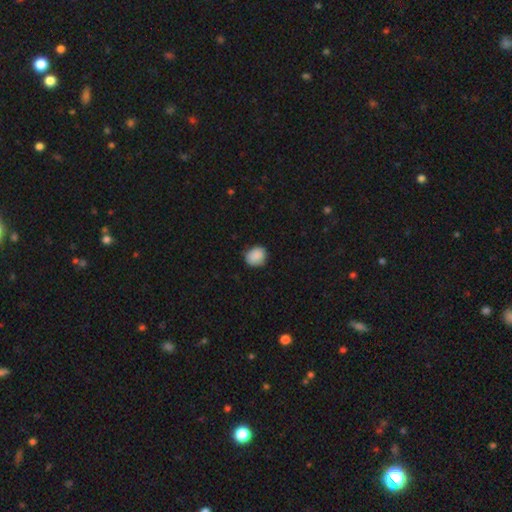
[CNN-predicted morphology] Q: Smooth or featured?
A: smooth (89%); runner-up: star or artifact (8%)
Q: How rounded?
A: round (68%); runner-up: in between (31%)
Q: Merging?
A: none (79%); runner-up: minor disturbance (17%)